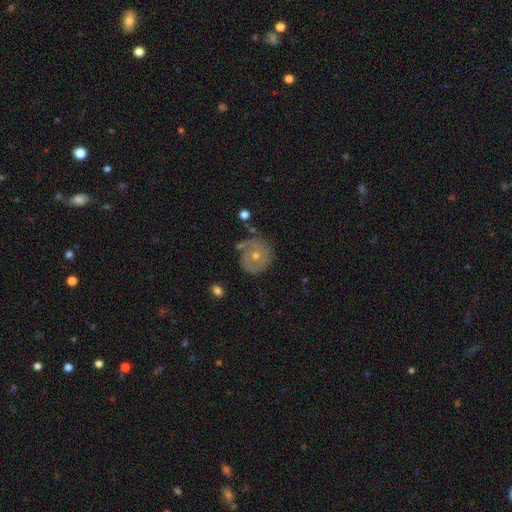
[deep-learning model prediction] Overall: featured or disk (63%; smooth 26%). Edge-on disk: no (97%). Bar: no (86%). Spiral arms: yes (70%). Bulge size: moderate (51%; small 46%). Merging: none (72%).